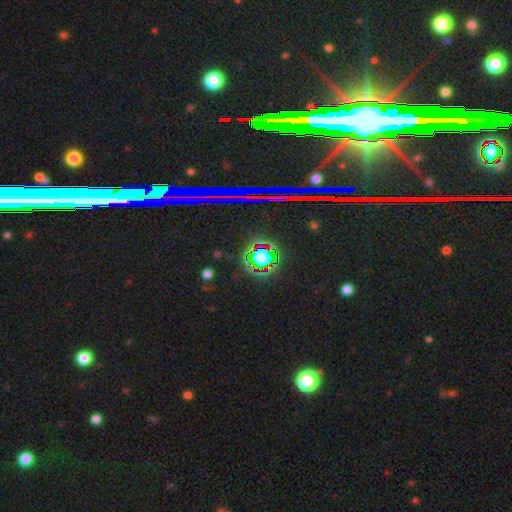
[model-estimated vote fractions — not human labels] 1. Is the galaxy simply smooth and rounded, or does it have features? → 77% star or artifact, 12% featured or disk, 11% smooth.